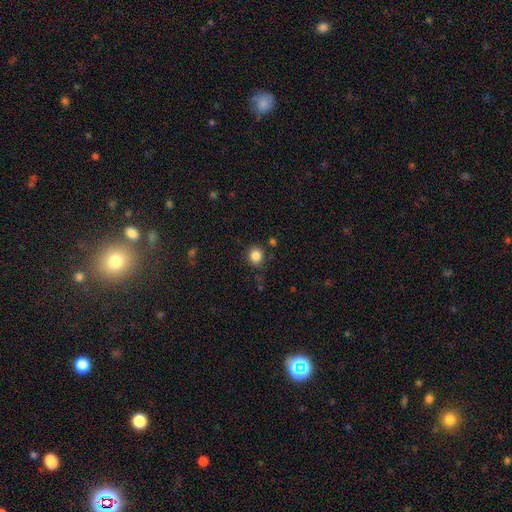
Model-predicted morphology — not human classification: type=smooth (85%); roundness=round (84%); merging=none (85%).